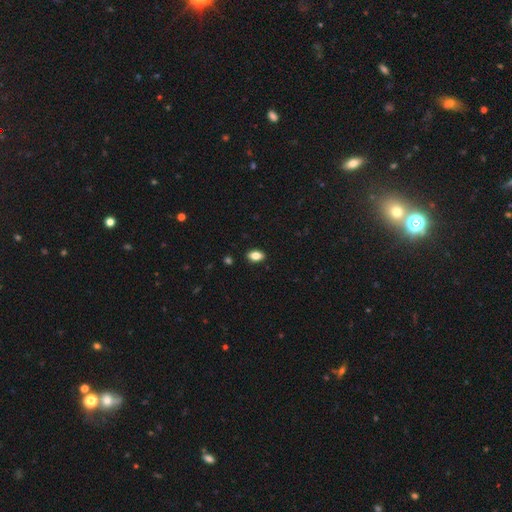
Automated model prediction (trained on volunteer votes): Smooth or featured: smooth — 83% (star or artifact — 9%)
How rounded: in between — 89% (round — 9%)
Merging: none — 90% (minor disturbance — 8%)